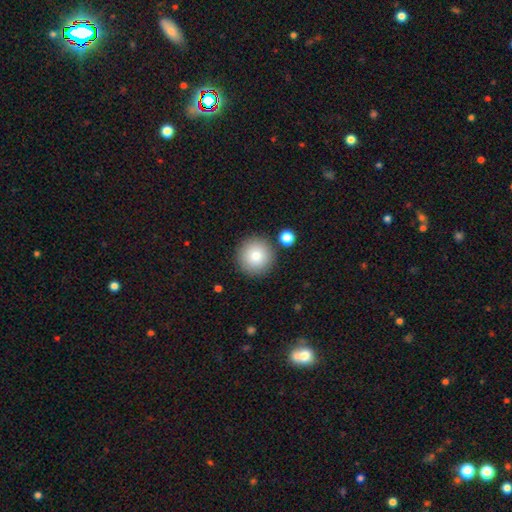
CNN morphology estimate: This is clearly a smooth galaxy (81%). How rounded: clearly round (96%). Merging: clearly none (86%).